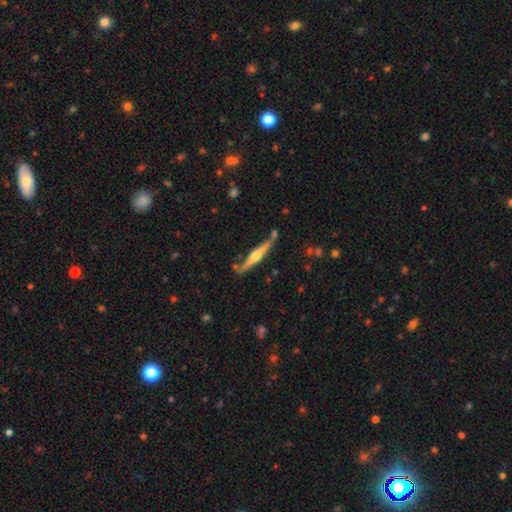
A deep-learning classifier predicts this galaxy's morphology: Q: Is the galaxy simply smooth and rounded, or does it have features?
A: featured or disk — 71%.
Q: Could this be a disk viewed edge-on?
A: yes — 97%.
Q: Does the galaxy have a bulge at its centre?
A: rounded — 91%.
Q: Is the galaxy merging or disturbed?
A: none — 78%.